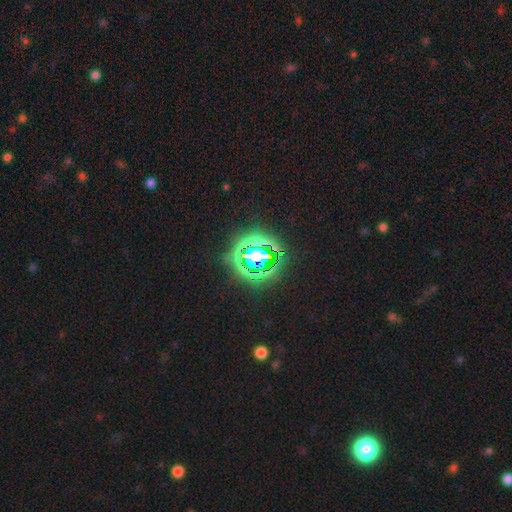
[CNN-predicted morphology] Overall: star or artifact (74%).